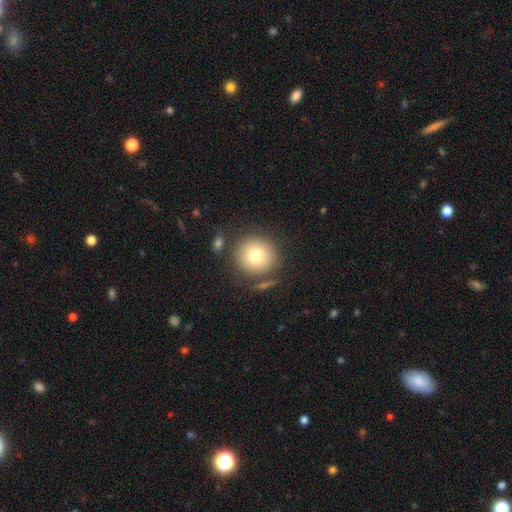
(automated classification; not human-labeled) Q: Smooth or featured?
A: smooth (78%); runner-up: featured or disk (13%)
Q: How rounded?
A: round (93%); runner-up: in between (6%)
Q: Merging?
A: none (79%); runner-up: minor disturbance (10%)